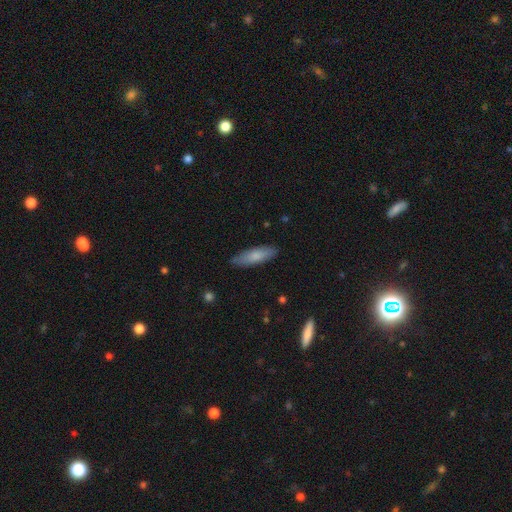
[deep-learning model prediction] smooth_or_featured: smooth (p=0.77) [alt: featured or disk p=0.17]
how_rounded: cigar-shaped (p=0.60) [alt: in between p=0.38]
merging: none (p=0.86) [alt: minor disturbance p=0.11]